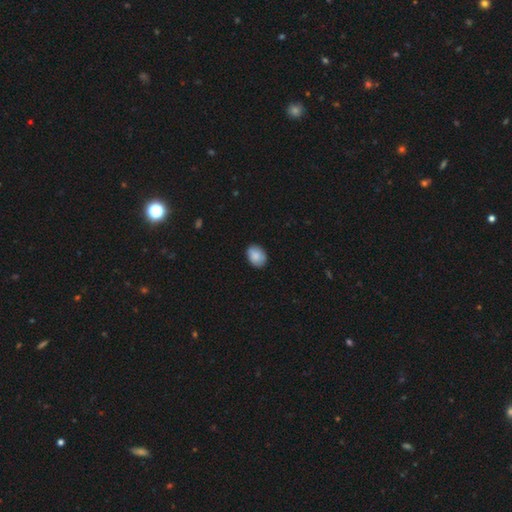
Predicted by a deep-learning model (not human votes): Smooth or featured: smooth — 85% (featured or disk — 8%)
How rounded: in between — 70% (round — 29%)
Merging: none — 82% (minor disturbance — 15%)